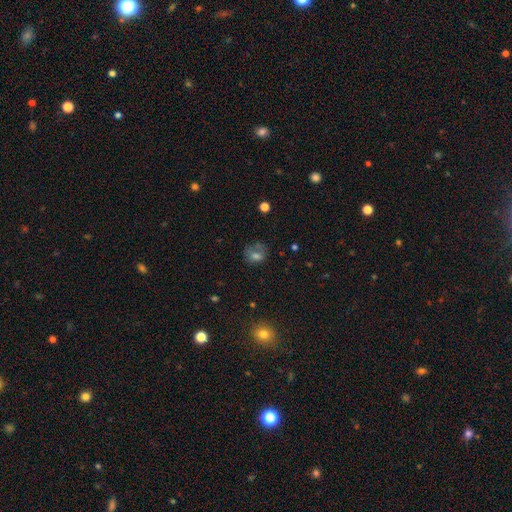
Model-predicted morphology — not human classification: Smooth or featured? smooth (63%)
How rounded? round (60%)
Merging? none (48%)